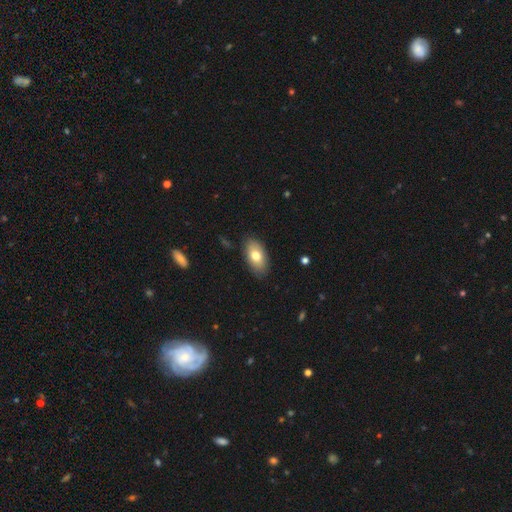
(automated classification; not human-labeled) The model was most divided on "smooth or featured": smooth: 75%, featured or disk: 18%, star or artifact: 7%. More confident: how rounded — in between (93%); merging — none (86%).